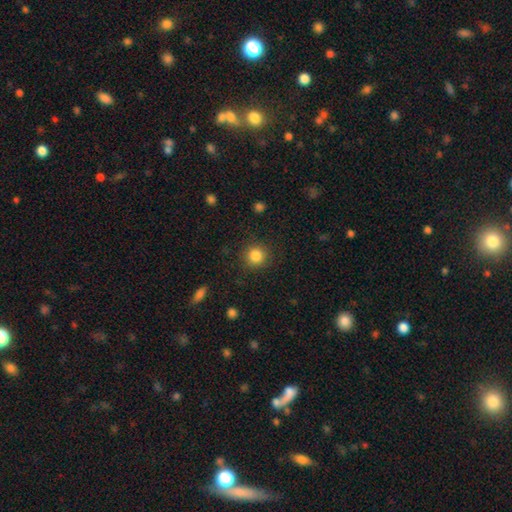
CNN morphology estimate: Overall: smooth (84%). How rounded: round (93%). Merging: none (89%).